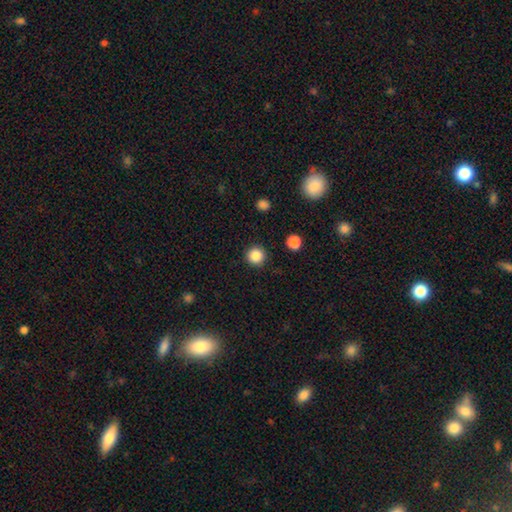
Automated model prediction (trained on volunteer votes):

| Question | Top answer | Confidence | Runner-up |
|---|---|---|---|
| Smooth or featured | smooth | 86% | star or artifact (11%) |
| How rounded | round | 96% | in between (3%) |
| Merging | none | 92% | minor disturbance (5%) |